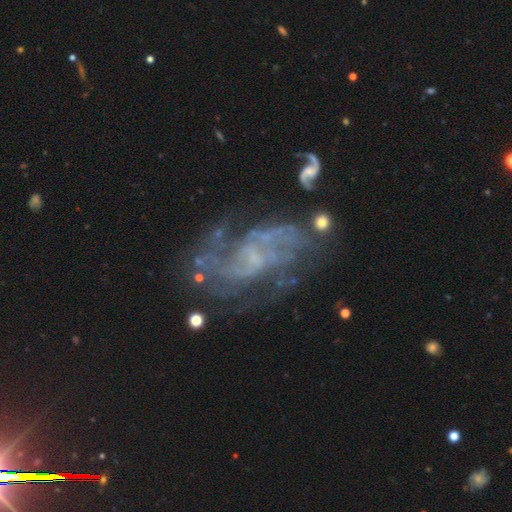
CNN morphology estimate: A featured or disk galaxy (82%) with no bar (46%), 2 (45%) medium (47%) spiral arms (91%) and a small central bulge (48%).

Vote fractions:
- Smooth or featured? featured or disk: 82% / star or artifact: 11% / smooth: 7%
- Edge-on disk? no: 97% / yes: 3%
- Bar? no: 46% / weak: 42% / strong: 12%
- Spiral arms? yes: 91% / no: 9%
- Spiral winding? medium: 47% / loose: 27% / tight: 26%
- Spiral arm count? 2: 45% / can't tell: 25% / 3: 14% / 4: 6% / 1: 6% / more than 4: 5%
- Bulge size? small: 48% / none: 40% / moderate: 10% / large: 1% / dominant: 1%
- Merging? none: 58% / minor disturbance: 19% / major disturbance: 18% / merger: 6%